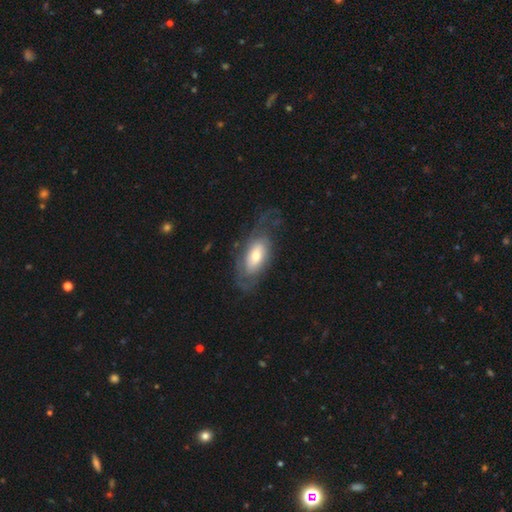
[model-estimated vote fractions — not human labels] A featured or disk galaxy (59%) with no bar (69%), spiral arms (72%) and a moderate central bulge (55%).

Vote fractions:
- Smooth or featured? featured or disk: 59% / smooth: 35% / star or artifact: 5%
- Edge-on disk? no: 89% / yes: 11%
- Bar? no: 69% / weak: 24% / strong: 7%
- Spiral arms? yes: 72% / no: 28%
- Bulge size? moderate: 55% / large: 21% / small: 19% / dominant: 2% / none: 2%
- Merging? none: 54% / minor disturbance: 23% / major disturbance: 21% / merger: 2%